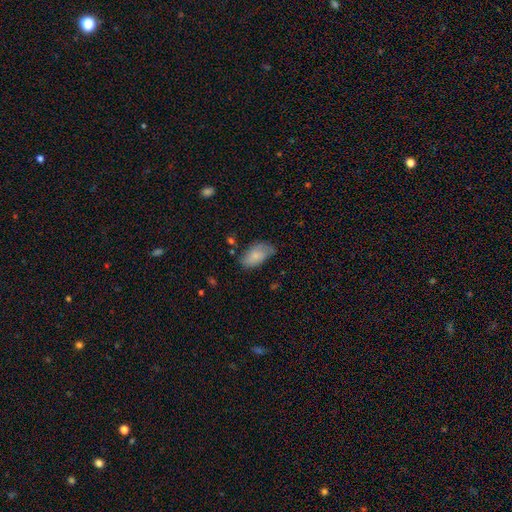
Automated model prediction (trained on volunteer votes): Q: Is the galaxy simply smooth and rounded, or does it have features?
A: smooth — 76%.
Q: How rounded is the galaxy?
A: in between — 93%.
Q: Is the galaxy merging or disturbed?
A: none — 56%.